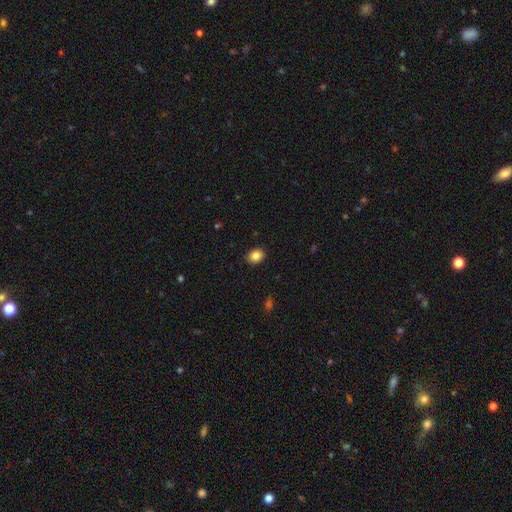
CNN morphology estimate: This is clearly a smooth galaxy (85%). How rounded: possibly round (56%). Merging: clearly none (89%).